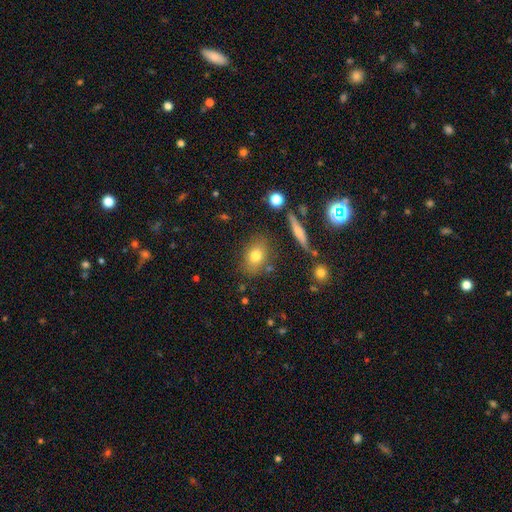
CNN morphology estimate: Smooth or featured?
  - smooth: 75% *
  - featured or disk: 14%
  - star or artifact: 11%
How rounded?
  - in between: 66% *
  - round: 30%
  - cigar-shaped: 4%
Merging?
  - none: 78% *
  - minor disturbance: 13%
  - merger: 5%
  - major disturbance: 4%